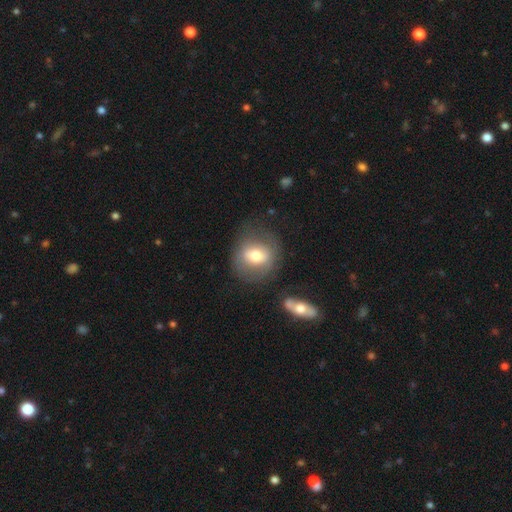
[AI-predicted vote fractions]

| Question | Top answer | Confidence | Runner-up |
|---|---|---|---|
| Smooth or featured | smooth | 59% | featured or disk (33%) |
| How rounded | round | 72% | in between (26%) |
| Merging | none | 72% | minor disturbance (16%) |